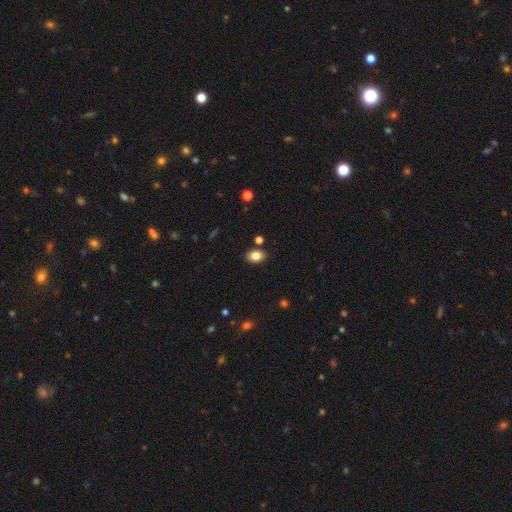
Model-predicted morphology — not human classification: smooth_or_featured: smooth (p=0.84) [alt: star or artifact p=0.09]
how_rounded: in between (p=0.77) [alt: round p=0.22]
merging: none (p=0.84) [alt: minor disturbance p=0.10]